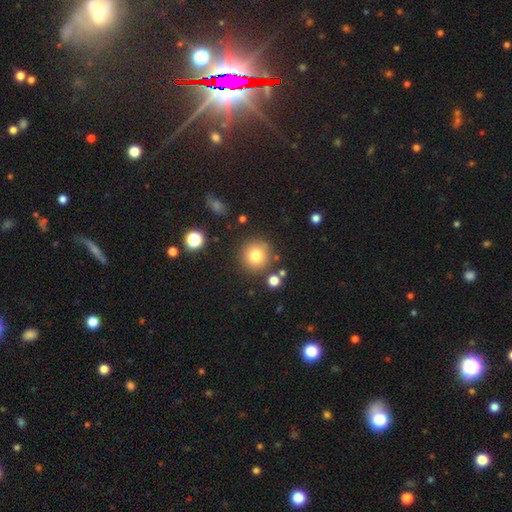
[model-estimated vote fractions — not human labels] Smooth or featured? smooth (78%)
How rounded? round (94%)
Merging? none (83%)